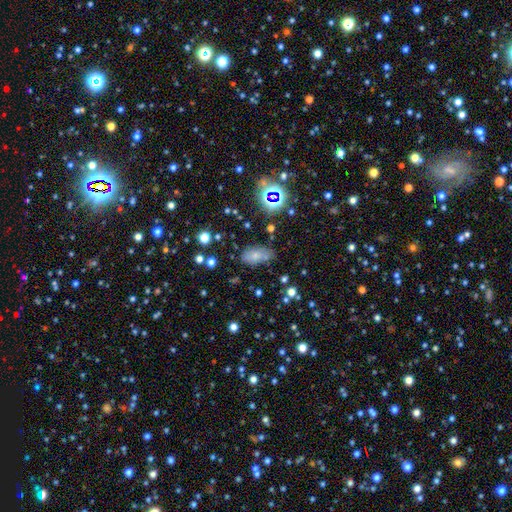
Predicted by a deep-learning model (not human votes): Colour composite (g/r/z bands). It shows a smooth galaxy with no disk features (67%) that is in between round and cigar-shaped (90%). Merging: none (70%).